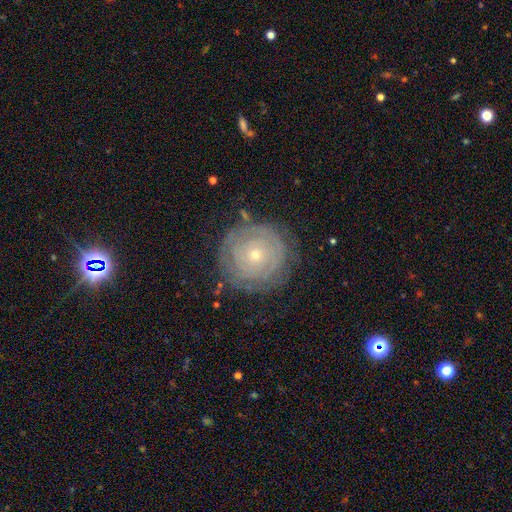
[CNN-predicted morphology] Q: Smooth or featured?
A: featured or disk (67%); runner-up: smooth (21%)
Q: Edge-on disk?
A: no (97%); runner-up: yes (3%)
Q: Bar?
A: no (87%); runner-up: weak (10%)
Q: Spiral arms?
A: yes (81%); runner-up: no (19%)
Q: Spiral winding?
A: tight (87%); runner-up: medium (10%)
Q: Spiral arm count?
A: can't tell (55%); runner-up: 2 (14%)
Q: Bulge size?
A: small (73%); runner-up: moderate (24%)
Q: Merging?
A: none (81%); runner-up: minor disturbance (12%)